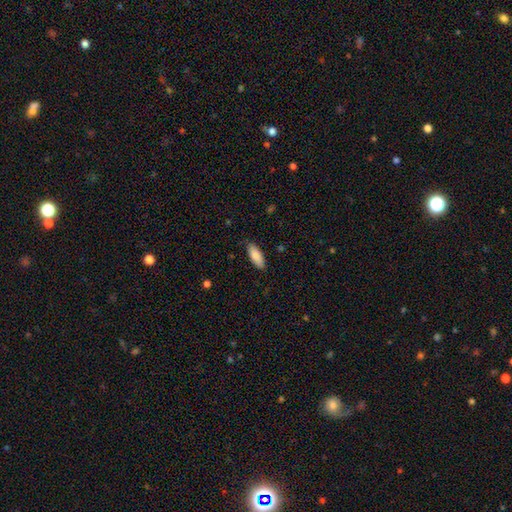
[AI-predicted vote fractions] Smooth or featured: smooth — 88% (featured or disk — 7%)
How rounded: in between — 76% (cigar-shaped — 23%)
Merging: none — 85% (minor disturbance — 12%)